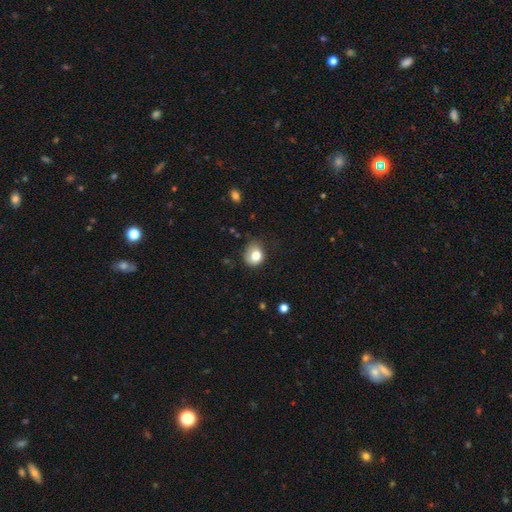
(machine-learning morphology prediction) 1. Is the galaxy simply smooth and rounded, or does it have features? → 80% smooth, 10% featured or disk, 10% star or artifact.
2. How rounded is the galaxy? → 59% round, 40% in between, 1% cigar-shaped.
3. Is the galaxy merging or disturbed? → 59% none, 30% minor disturbance, 9% major disturbance, 2% merger.